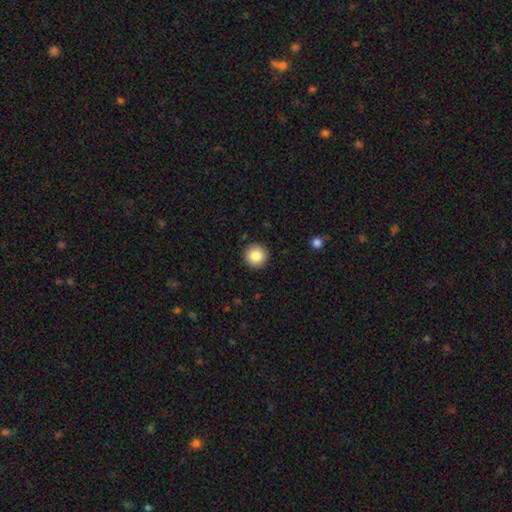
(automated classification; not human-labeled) Smooth or featured: smooth — 84% (star or artifact — 9%)
How rounded: round — 95% (in between — 4%)
Merging: none — 92% (minor disturbance — 5%)